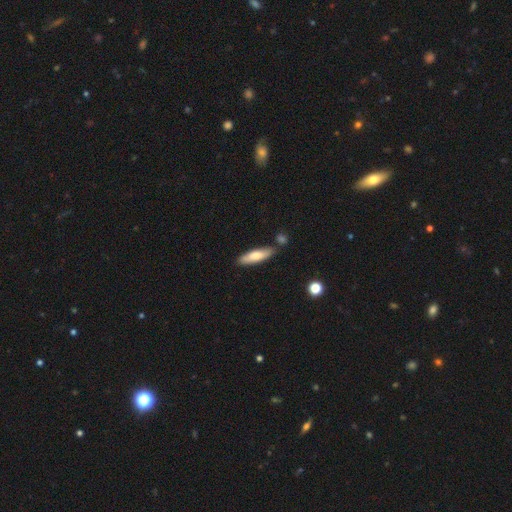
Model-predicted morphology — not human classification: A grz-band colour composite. It shows a smooth galaxy with no disk features (71%) that is cigar-shaped (67%). Merging: none (78%).